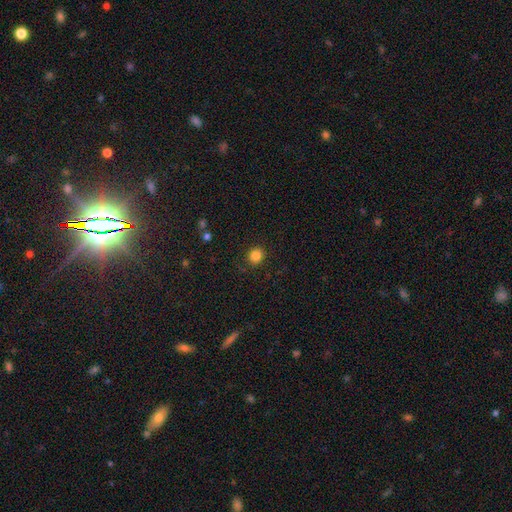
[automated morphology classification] smooth_or_featured: smooth (p=0.84) [alt: star or artifact p=0.11]
how_rounded: round (p=0.88) [alt: in between p=0.11]
merging: none (p=0.90) [alt: minor disturbance p=0.07]